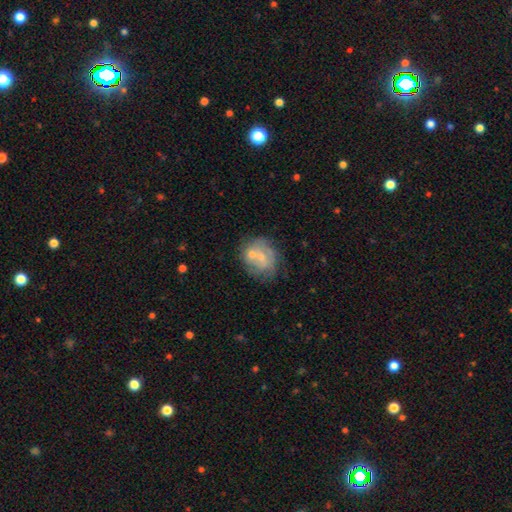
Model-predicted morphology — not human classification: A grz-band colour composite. It shows a featured or disk galaxy (48%). Merging: none (44%).